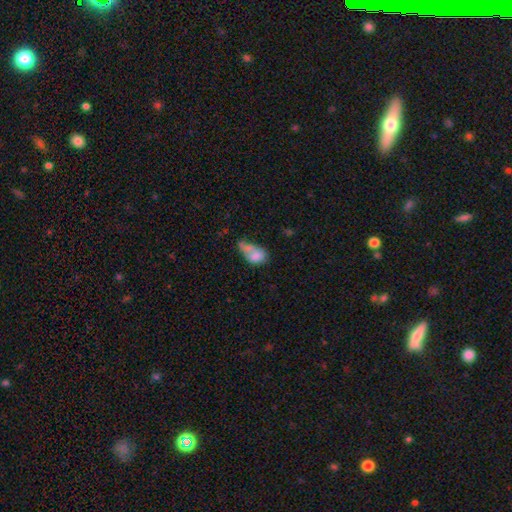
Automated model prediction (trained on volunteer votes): smooth_or_featured: smooth (p=0.67) [alt: featured or disk p=0.23]
how_rounded: in between (p=0.82) [alt: round p=0.15]
merging: merger (p=0.45) [alt: none p=0.19]